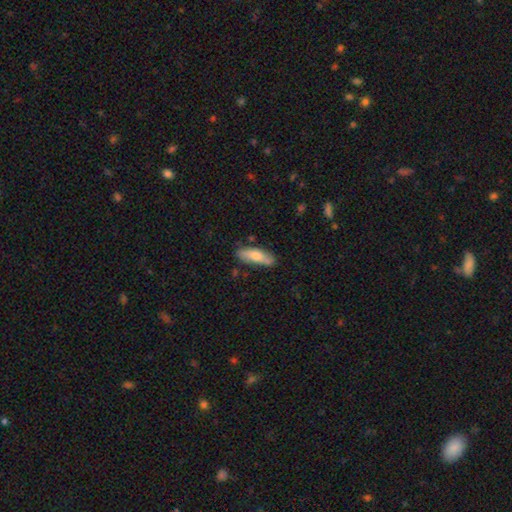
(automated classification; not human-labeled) Smooth or featured? Predicted: smooth (p=0.73). How rounded? Predicted: in between (p=0.51). Merging? Predicted: none (p=0.76).